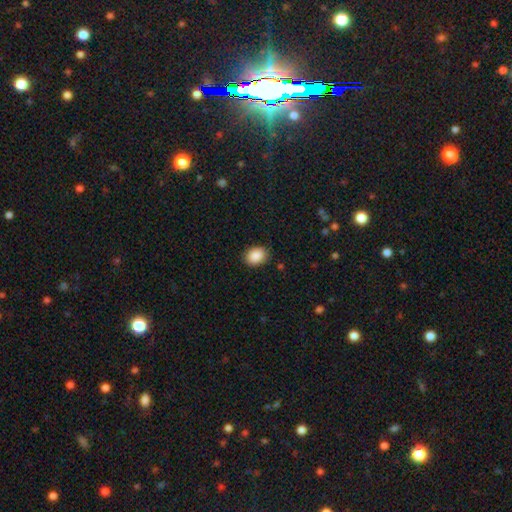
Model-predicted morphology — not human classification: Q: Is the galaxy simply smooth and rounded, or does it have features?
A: smooth — 89%.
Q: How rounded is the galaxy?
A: in between — 60%.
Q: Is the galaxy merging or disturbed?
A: none — 86%.